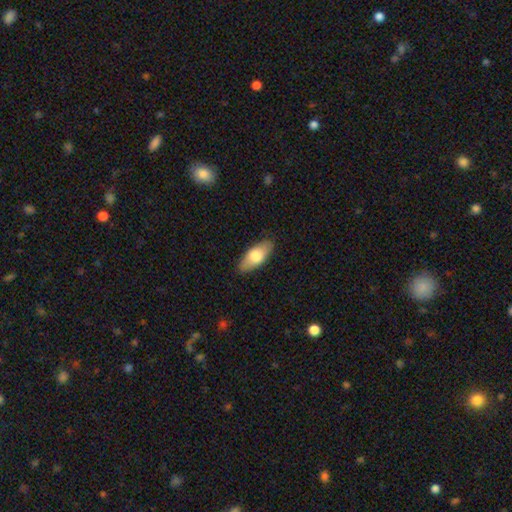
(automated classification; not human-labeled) A smooth galaxy with no disk features (74%) that is in between round and cigar-shaped (84%). Merging: none (86%).